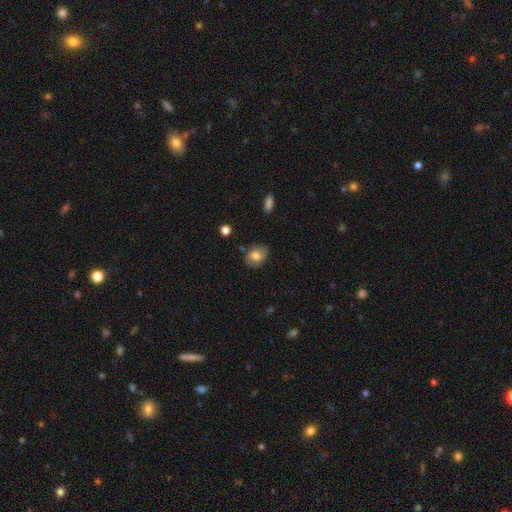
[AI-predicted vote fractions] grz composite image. It shows a smooth galaxy with no disk features (77%) that is in between round and cigar-shaped (63%). Merging: none (77%).